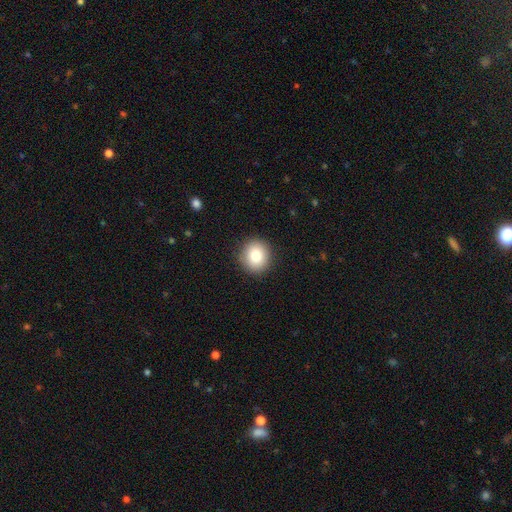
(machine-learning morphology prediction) type=smooth (84%); roundness=round (84%); merging=none (90%).